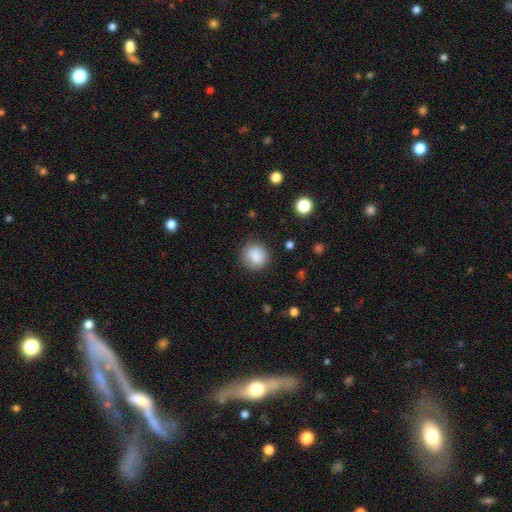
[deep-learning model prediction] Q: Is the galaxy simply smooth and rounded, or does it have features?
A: smooth — 85%.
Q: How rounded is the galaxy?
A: round — 86%.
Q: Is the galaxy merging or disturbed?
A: none — 83%.